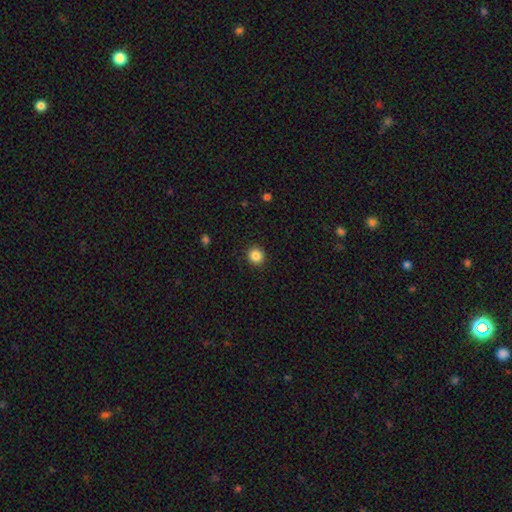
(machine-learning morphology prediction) smooth_or_featured: smooth (p=0.86) [alt: star or artifact p=0.10]
how_rounded: round (p=0.90) [alt: in between p=0.10]
merging: none (p=0.92) [alt: minor disturbance p=0.05]